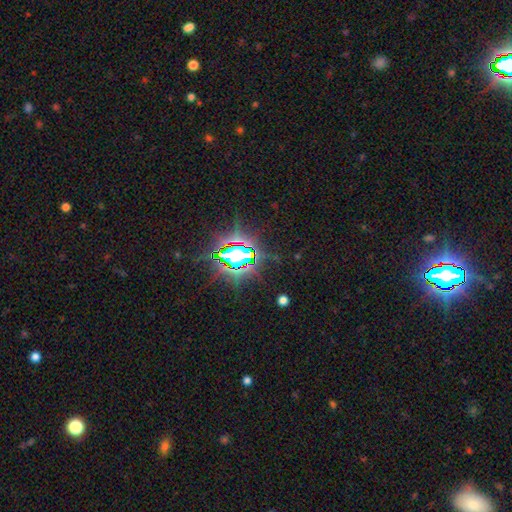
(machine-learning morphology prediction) Smooth or featured: star or artifact — 81% (smooth — 10%)